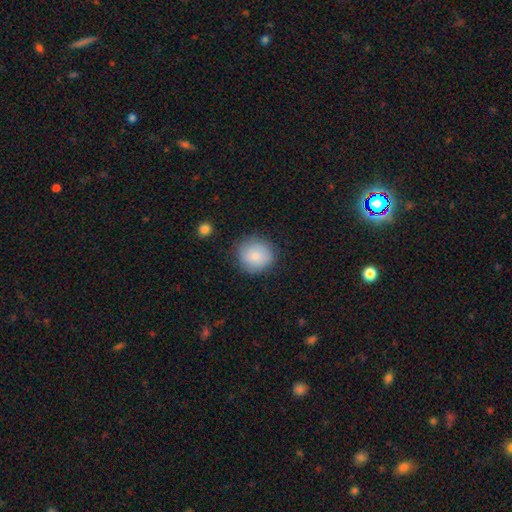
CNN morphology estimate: A smooth galaxy with no disk features (85%) that is round (90%).

Vote fractions:
- Smooth or featured? smooth: 85% / featured or disk: 8% / star or artifact: 7%
- How rounded? round: 90% / in between: 9% / cigar-shaped: 1%
- Merging? none: 84% / minor disturbance: 12% / major disturbance: 3% / merger: 2%